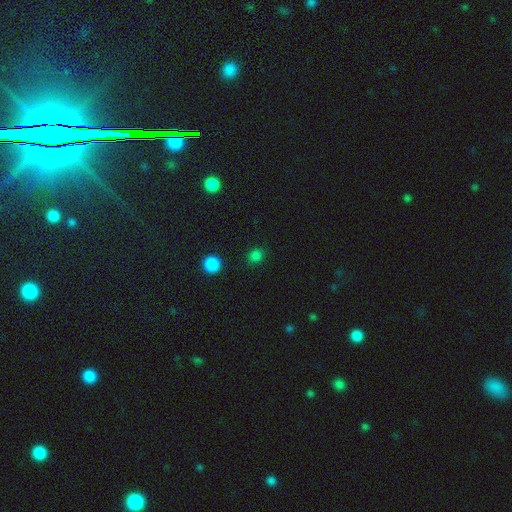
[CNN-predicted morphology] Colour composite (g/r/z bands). It shows a smooth galaxy with no disk features (79%) that is round (83%). Merging: none (89%).